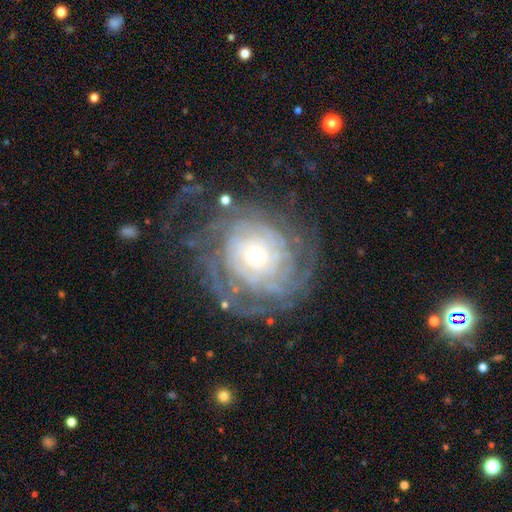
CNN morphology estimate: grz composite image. It shows a featured or disk galaxy (86%) with no bar (77%), tight (76%) spiral arms (94%) and a small central bulge (52%). Merging: none (67%).